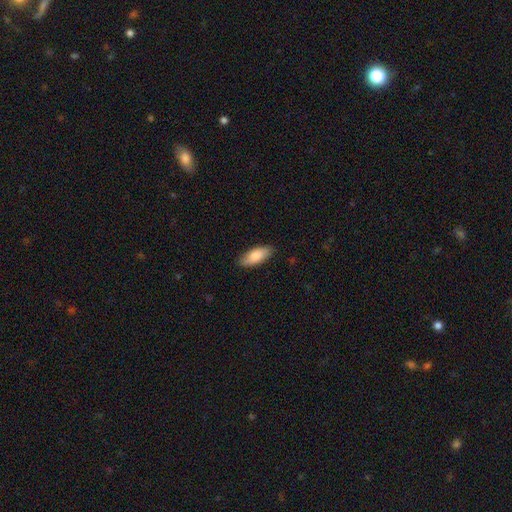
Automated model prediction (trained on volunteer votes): Smooth or featured? smooth (83%)
How rounded? in between (82%)
Merging? none (85%)